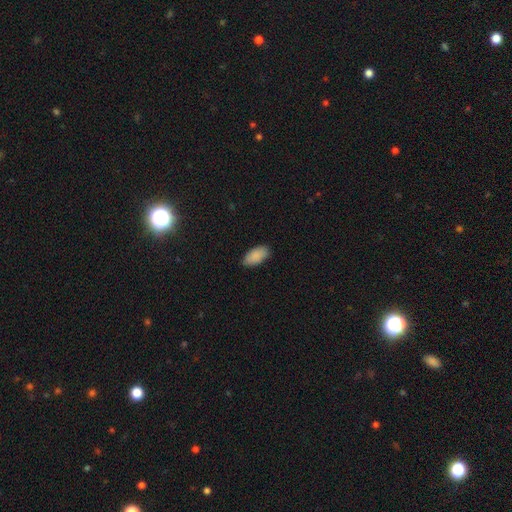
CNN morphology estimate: Smooth or featured?
  - smooth: 90% *
  - star or artifact: 6%
  - featured or disk: 4%
How rounded?
  - in between: 94% *
  - cigar-shaped: 4%
  - round: 2%
Merging?
  - none: 84% *
  - minor disturbance: 13%
  - major disturbance: 2%
  - merger: 1%